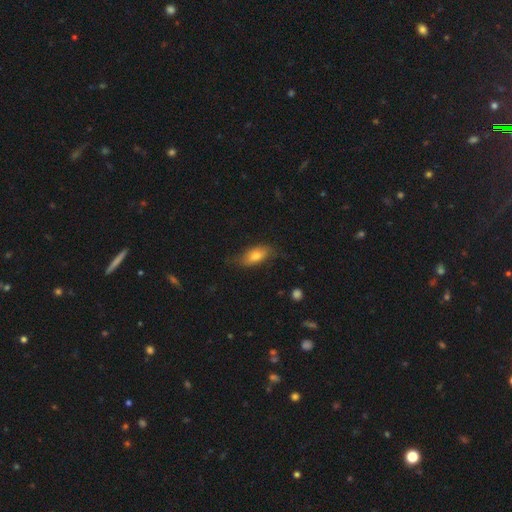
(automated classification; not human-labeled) This appears to be a smooth galaxy with no disk features (70%) that is in between round and cigar-shaped (83%). Merging: none (65%).